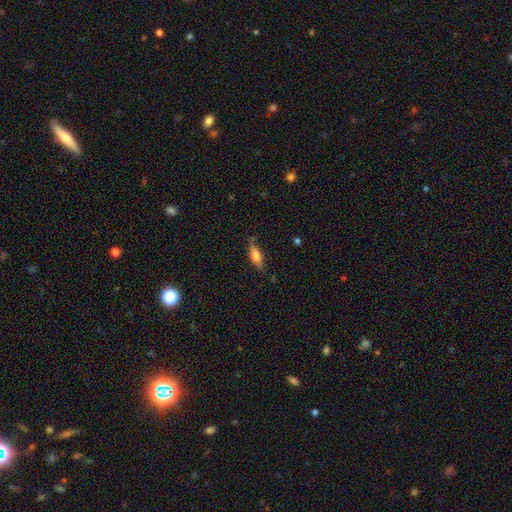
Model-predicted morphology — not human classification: Overall: smooth (56%; featured or disk 36%). How rounded: in between (58%; cigar-shaped 39%). Merging: none (73%).